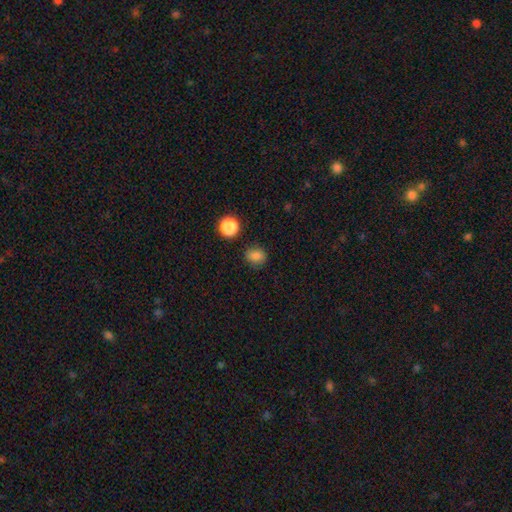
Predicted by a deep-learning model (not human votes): smooth_or_featured: smooth (p=0.82) [alt: star or artifact p=0.13]
how_rounded: round (p=0.65) [alt: in between p=0.34]
merging: none (p=0.81) [alt: minor disturbance p=0.13]